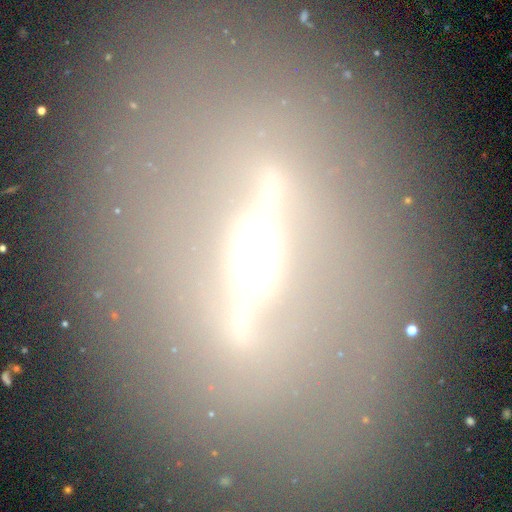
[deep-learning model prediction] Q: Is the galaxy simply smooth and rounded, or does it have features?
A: featured or disk — 69%.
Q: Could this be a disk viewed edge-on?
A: yes — 66%.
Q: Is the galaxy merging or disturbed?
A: none — 76%.